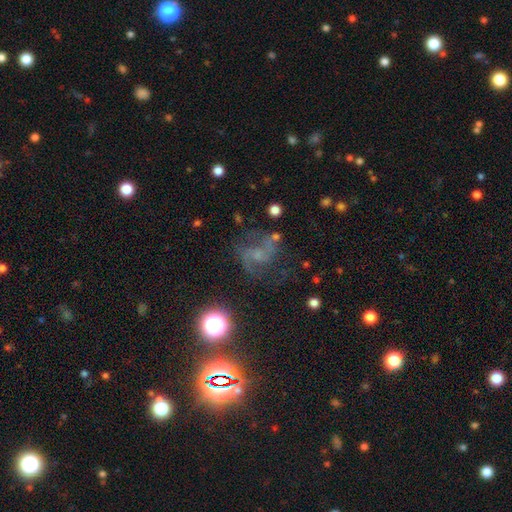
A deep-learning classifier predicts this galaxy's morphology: Smooth or featured? featured or disk (61%)
Edge-on disk? no (97%)
Bar? no (58%)
Spiral arms? yes (85%)
Spiral winding? loose (45%)
Spiral arm count? 2 (78%)
Bulge size? small (38%)
Merging? none (56%)